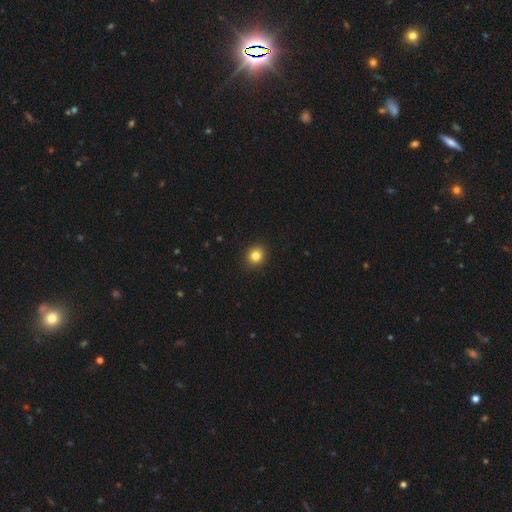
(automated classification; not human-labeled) smooth-or-featured: smooth: 83% | star or artifact: 11% | featured or disk: 6%
  how-rounded: round: 79% | in between: 20% | cigar-shaped: 1%
  merging: none: 92% | minor disturbance: 5% | major disturbance: 2% | merger: 1%